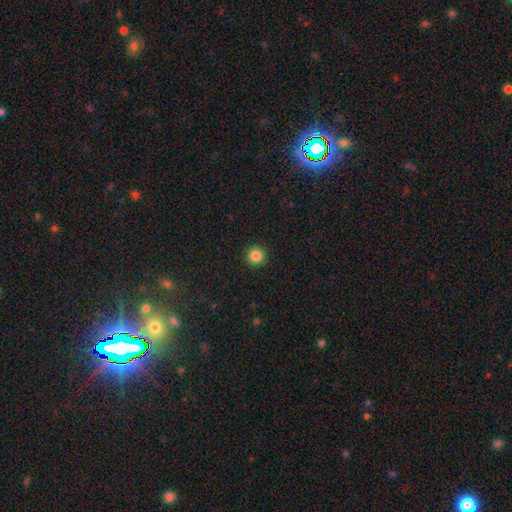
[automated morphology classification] type=smooth (85%); roundness=round (96%); merging=none (93%).